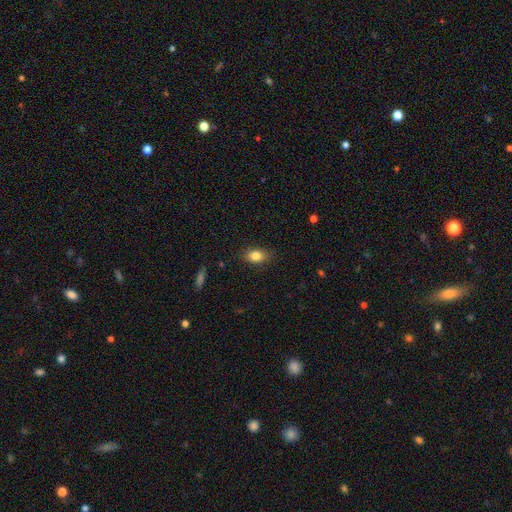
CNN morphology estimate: Q: Smooth or featured?
A: smooth (83%); runner-up: star or artifact (9%)
Q: How rounded?
A: in between (79%); runner-up: round (18%)
Q: Merging?
A: none (84%); runner-up: minor disturbance (12%)